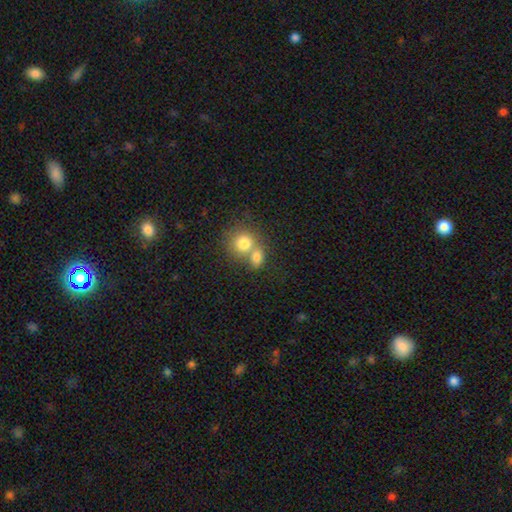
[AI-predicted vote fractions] This appears to be a smooth galaxy with no disk features (75%) that is round (76%). Merging: merger (57%).